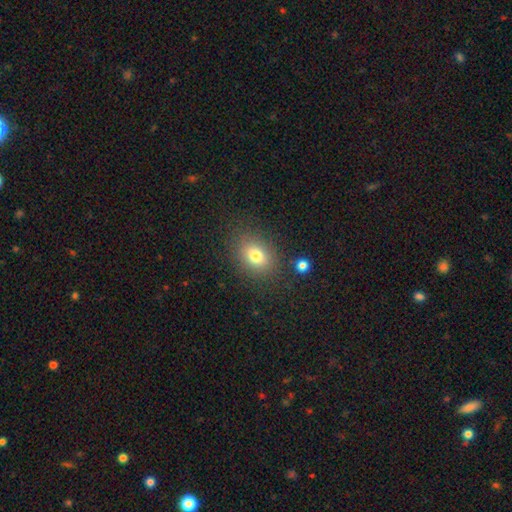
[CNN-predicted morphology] Smooth or featured? Predicted: smooth (p=0.77). How rounded? Predicted: in between (p=0.62). Merging? Predicted: none (p=0.83).